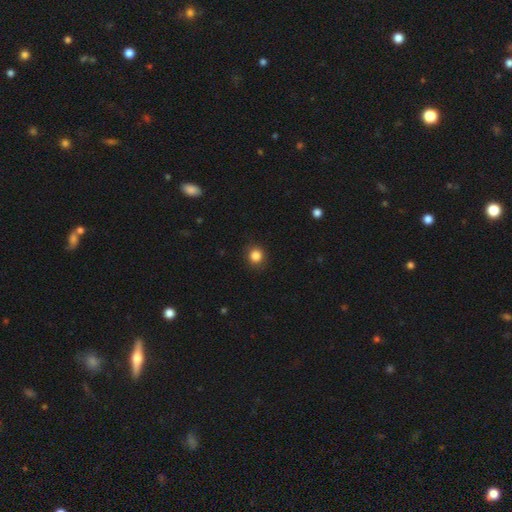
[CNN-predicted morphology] Smooth or featured? Predicted: smooth (p=0.86). How rounded? Predicted: round (p=0.89). Merging? Predicted: none (p=0.89).